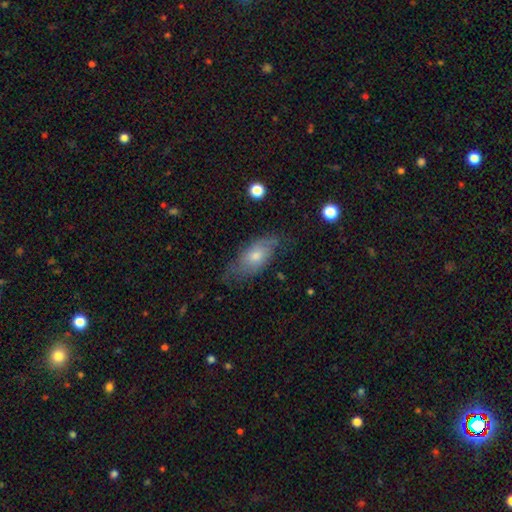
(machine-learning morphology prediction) smooth-or-featured: featured or disk: 48% | smooth: 43% | star or artifact: 8%
  merging: none: 64% | minor disturbance: 26% | major disturbance: 9% | merger: 2%